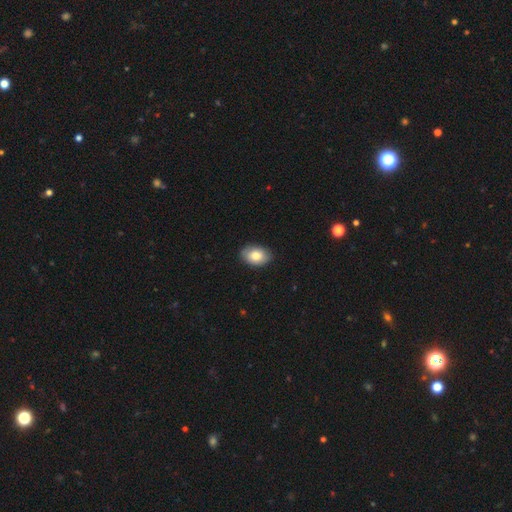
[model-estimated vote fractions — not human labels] Overall: smooth (80%). How rounded: in between (85%). Merging: none (85%).